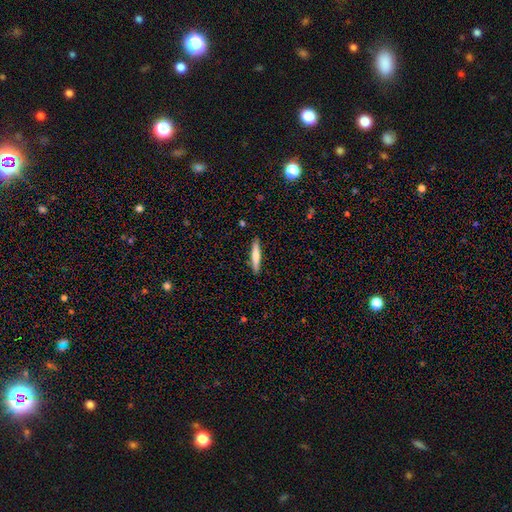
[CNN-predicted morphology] Smooth or featured?
  - smooth: 67% *
  - featured or disk: 28%
  - star or artifact: 5%
How rounded?
  - cigar-shaped: 91% *
  - in between: 8%
  - round: 1%
Merging?
  - none: 90% *
  - minor disturbance: 8%
  - major disturbance: 2%
  - merger: 1%